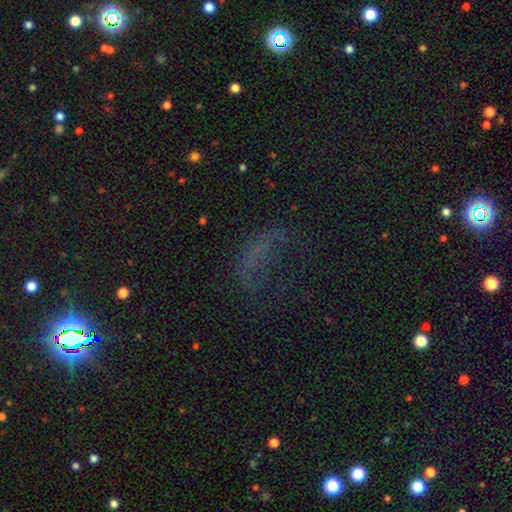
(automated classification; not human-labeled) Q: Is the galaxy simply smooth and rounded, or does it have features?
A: star or artifact — 42%.